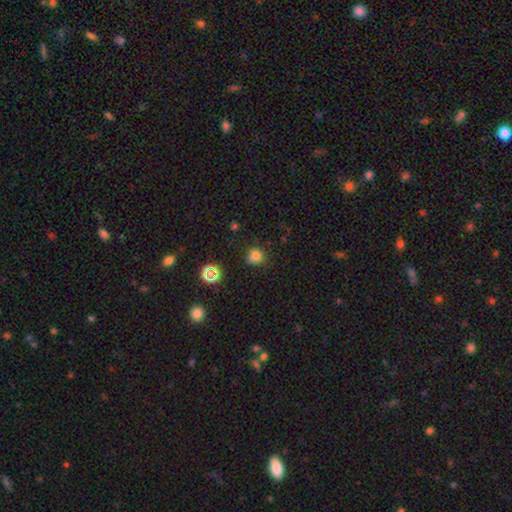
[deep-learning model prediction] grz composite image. It shows a smooth galaxy with no disk features (76%) that is round (85%). Merging: none (77%).